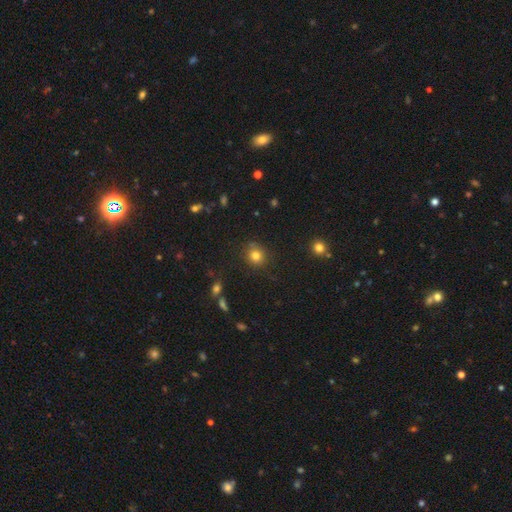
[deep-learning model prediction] Overall: smooth (81%). How rounded: round (84%). Merging: none (83%).